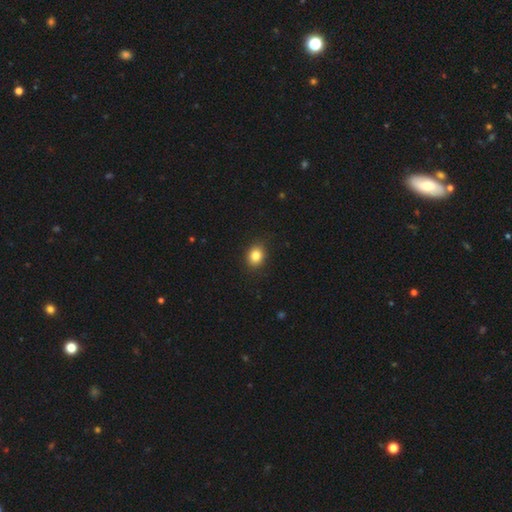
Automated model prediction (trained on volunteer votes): Smooth or featured? Predicted: smooth (p=0.84). How rounded? Predicted: round (p=0.53). Merging? Predicted: none (p=0.89).